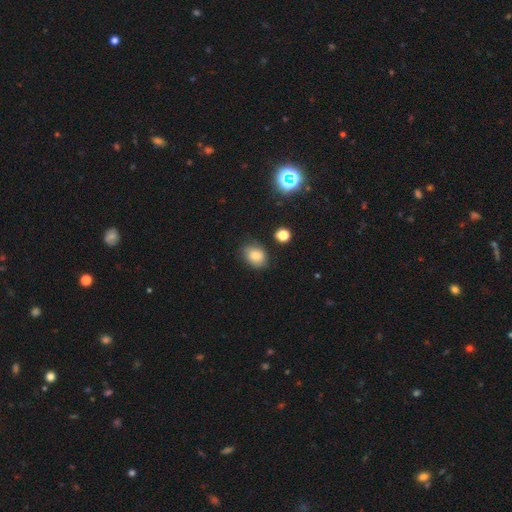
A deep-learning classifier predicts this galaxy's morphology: Overall: smooth (79%). How rounded: in between (64%; round 35%). Merging: none (71%).